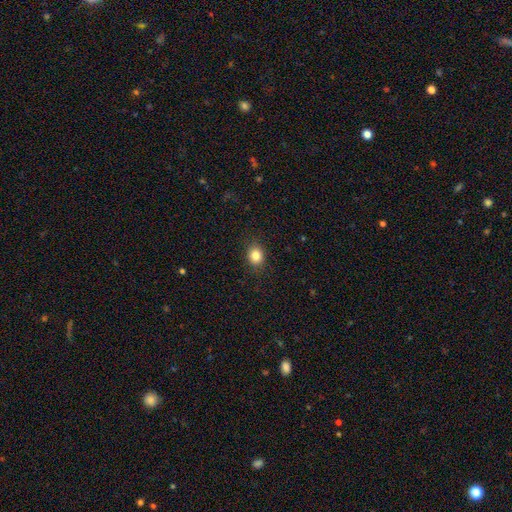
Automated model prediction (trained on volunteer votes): A smooth galaxy with no disk features (83%) that is round (64%).

Vote fractions:
- Smooth or featured? smooth: 83% / star or artifact: 11% / featured or disk: 6%
- How rounded? round: 64% / in between: 35% / cigar-shaped: 1%
- Merging? none: 88% / minor disturbance: 9% / major disturbance: 3% / merger: 1%